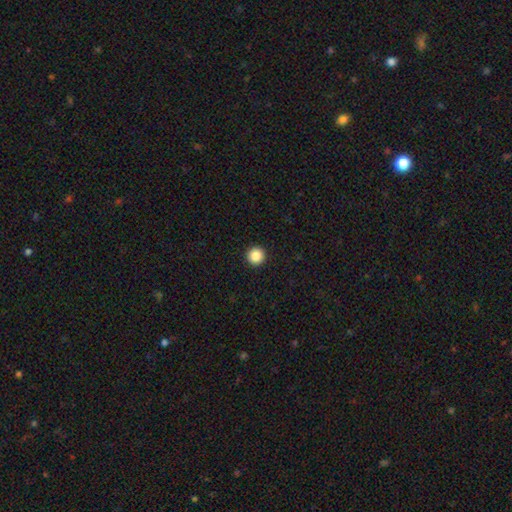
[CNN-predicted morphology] A smooth galaxy with no disk features (86%) that is round (96%).

Vote fractions:
- Smooth or featured? smooth: 86% / star or artifact: 10% / featured or disk: 4%
- How rounded? round: 96% / in between: 3% / cigar-shaped: 1%
- Merging? none: 95% / minor disturbance: 3% / major disturbance: 1% / merger: 1%